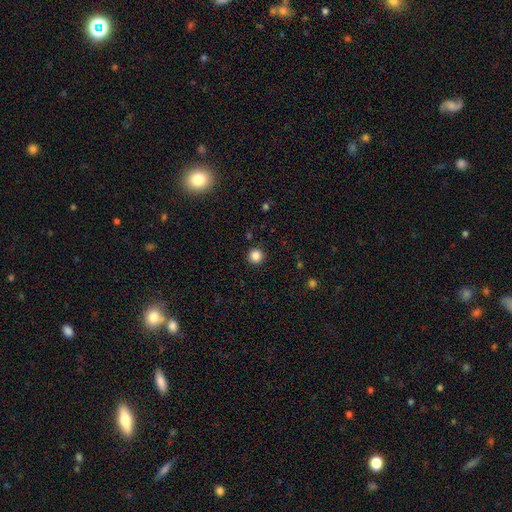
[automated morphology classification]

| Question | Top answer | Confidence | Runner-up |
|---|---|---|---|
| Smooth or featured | smooth | 85% | star or artifact (12%) |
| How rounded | round | 95% | in between (4%) |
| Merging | none | 92% | minor disturbance (5%) |